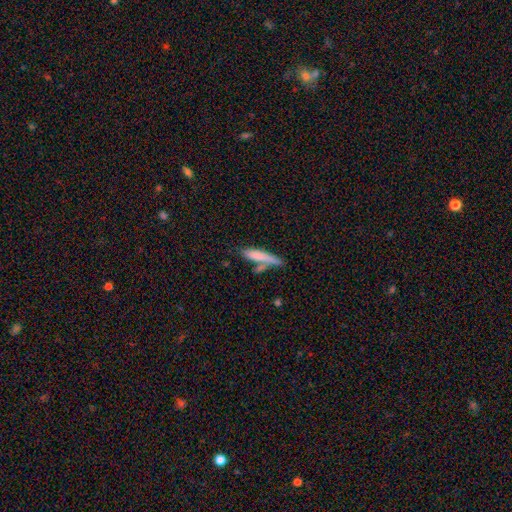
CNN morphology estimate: Overall: smooth (71%). How rounded: cigar-shaped (86%). Merging: none (56%; merger 22%).